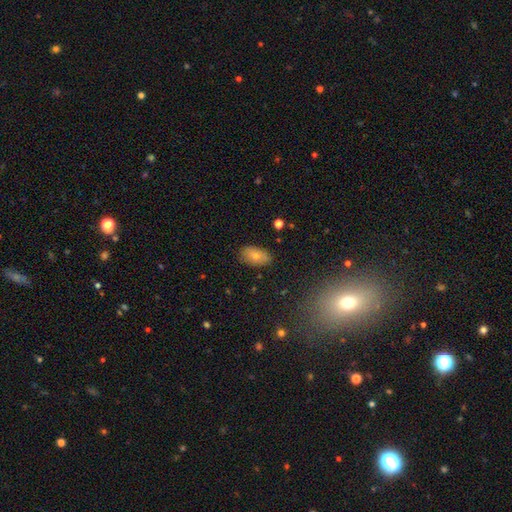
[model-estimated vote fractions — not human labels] Overall: smooth (75%). How rounded: in between (92%). Merging: none (80%).